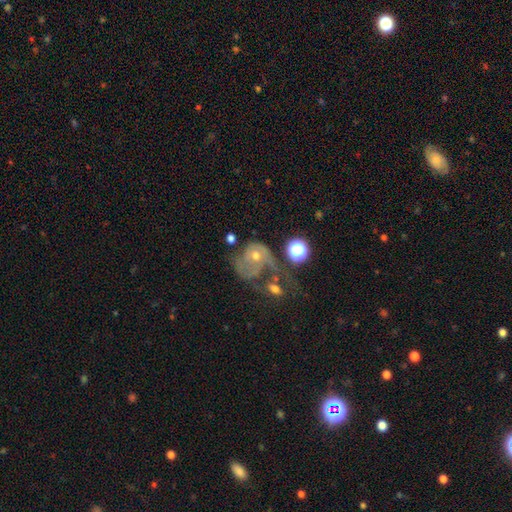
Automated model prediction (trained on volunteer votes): Smooth or featured? Predicted: featured or disk (p=0.68). Edge-on disk? Predicted: no (p=0.97). Bar? Predicted: no (p=0.78). Spiral arms? Predicted: yes (p=0.79). Spiral winding? Predicted: medium (p=0.40). Spiral arm count? Predicted: 2 (p=0.36). Bulge size? Predicted: moderate (p=0.49). Merging? Predicted: major disturbance (p=0.35).